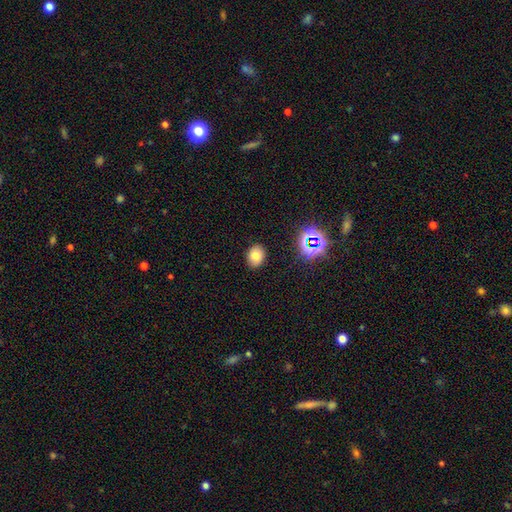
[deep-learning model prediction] Smooth or featured: smooth — 75% (star or artifact — 16%)
How rounded: in between — 64% (round — 35%)
Merging: none — 87% (minor disturbance — 9%)